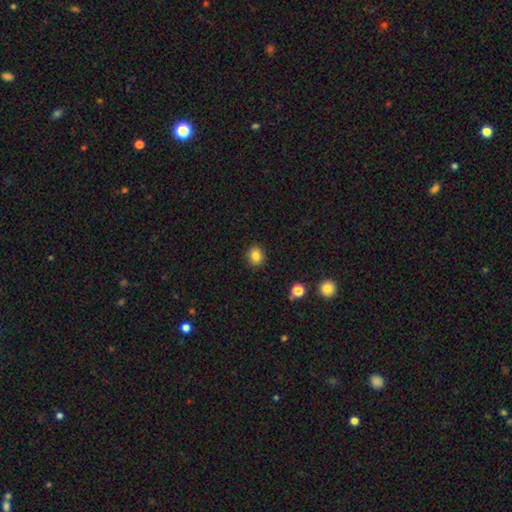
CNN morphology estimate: A smooth galaxy with no disk features (83%) that is round (74%). Merging: none (90%).